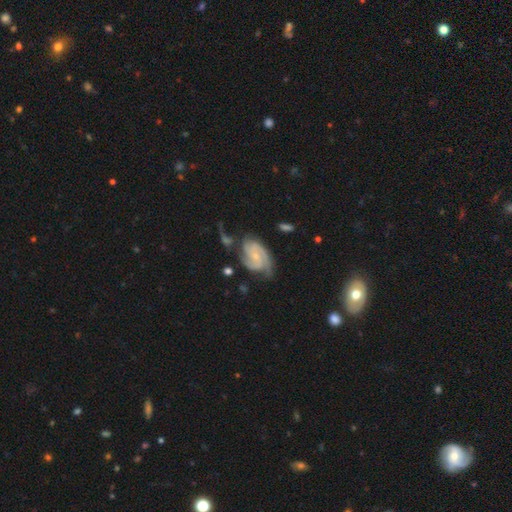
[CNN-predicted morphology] Smooth or featured? Predicted: featured or disk (p=0.86). Edge-on disk? Predicted: no (p=0.97). Bar? Predicted: no (p=0.62). Spiral arms? Predicted: yes (p=0.97). Spiral winding? Predicted: tight (p=0.50). Spiral arm count? Predicted: 2 (p=0.48). Bulge size? Predicted: small (p=0.71). Merging? Predicted: none (p=0.55).